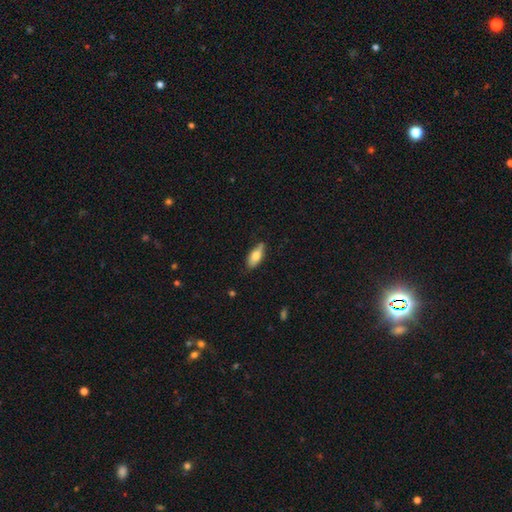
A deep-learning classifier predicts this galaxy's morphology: The model was most divided on "merging": none: 71%, minor disturbance: 23%, major disturbance: 4%, merger: 2%. More confident: how rounded — in between (78%); smooth or featured — smooth (71%).